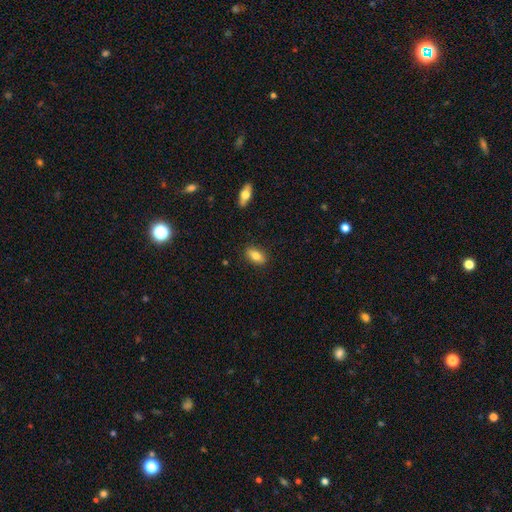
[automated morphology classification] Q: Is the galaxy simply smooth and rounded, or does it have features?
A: smooth — 79%.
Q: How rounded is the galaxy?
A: in between — 86%.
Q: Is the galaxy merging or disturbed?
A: none — 87%.